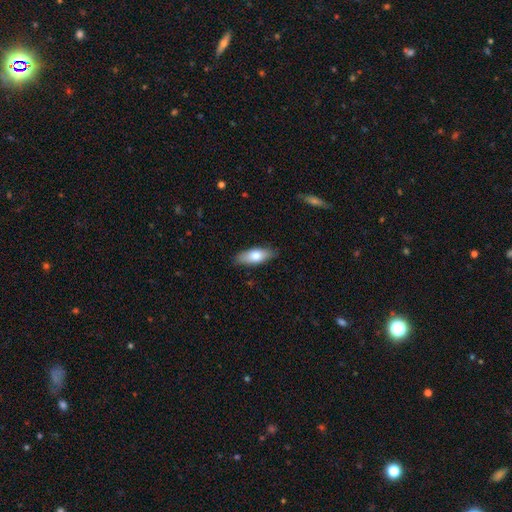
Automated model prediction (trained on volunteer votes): smooth 72%, featured or disk 22%, star or artifact 6%. Down the decision tree: how rounded — in between (72%); merging — none (86%).